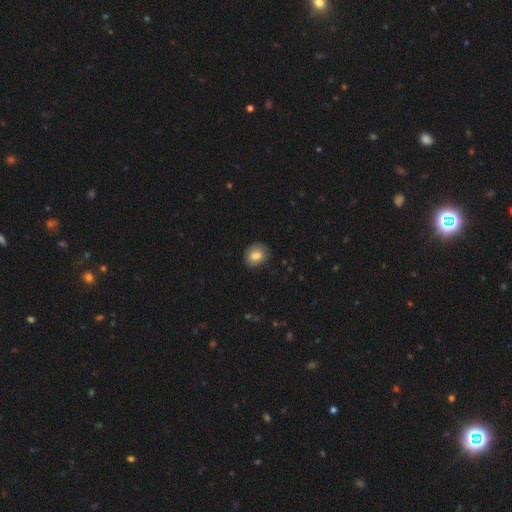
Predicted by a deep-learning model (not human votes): Smooth or featured? Predicted: smooth (p=0.80). How rounded? Predicted: round (p=0.50). Merging? Predicted: none (p=0.77).